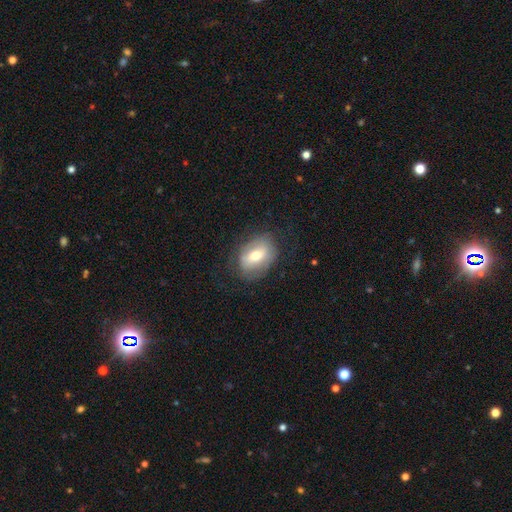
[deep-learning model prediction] Q: Smooth or featured?
A: smooth (55%); runner-up: featured or disk (37%)
Q: How rounded?
A: in between (76%); runner-up: round (23%)
Q: Merging?
A: none (73%); runner-up: minor disturbance (17%)